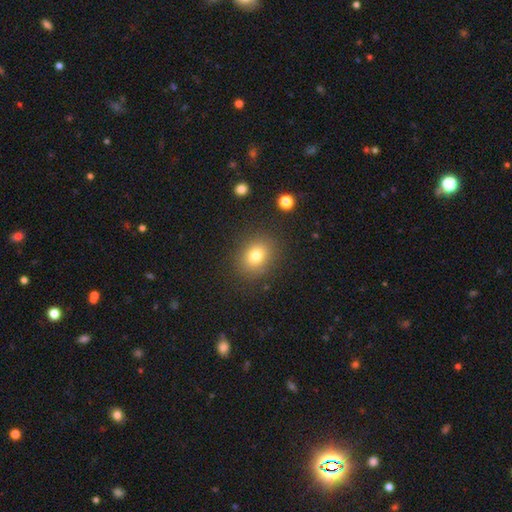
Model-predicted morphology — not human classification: Smooth or featured: smooth — 77% (star or artifact — 13%)
How rounded: round — 55% (in between — 44%)
Merging: none — 85% (minor disturbance — 9%)